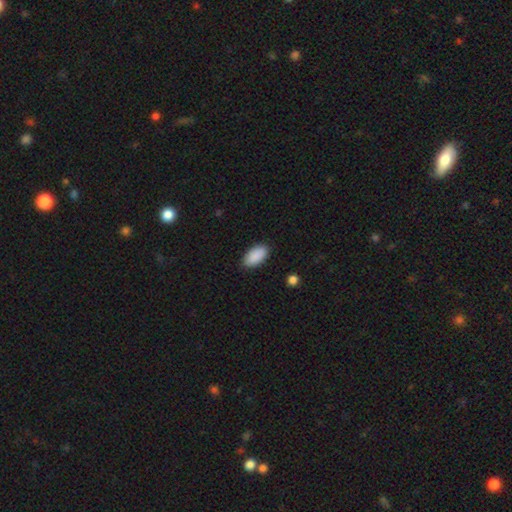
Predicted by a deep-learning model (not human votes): The model was most divided on "merging": none: 86%, minor disturbance: 10%, major disturbance: 2%, merger: 1%. More confident: how rounded — in between (95%); smooth or featured — smooth (90%).